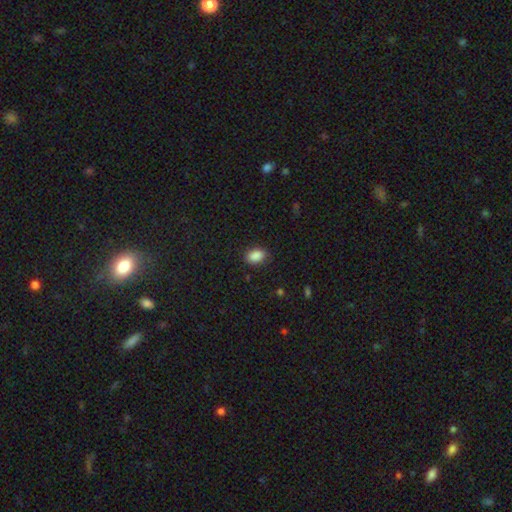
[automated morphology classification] type=smooth (88%); roundness=in between (86%); merging=none (85%).